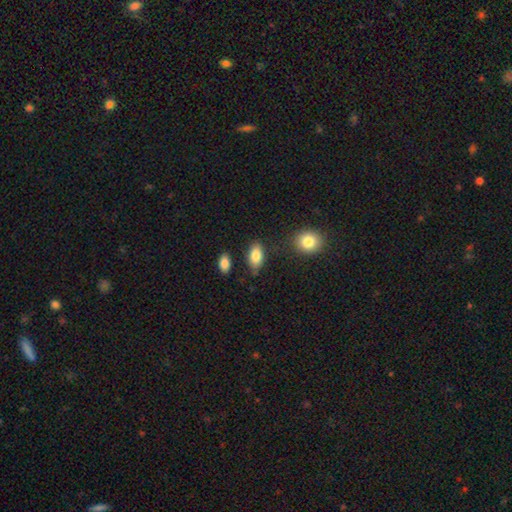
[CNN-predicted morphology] The model was most divided on "merging": none: 76%, minor disturbance: 15%, merger: 5%, major disturbance: 4%. More confident: how rounded — in between (91%); smooth or featured — smooth (84%).